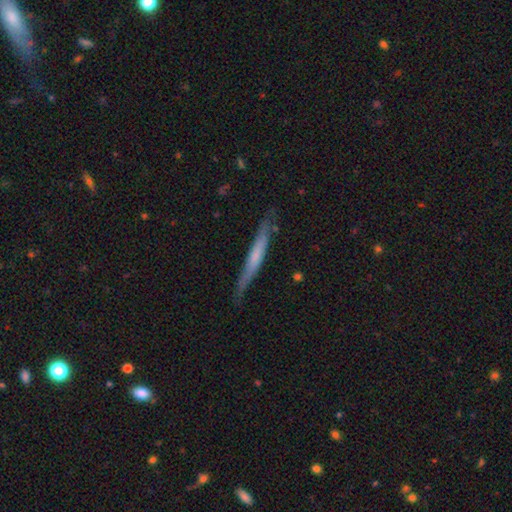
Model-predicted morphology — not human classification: Smooth or featured? Predicted: featured or disk (p=0.48). Merging? Predicted: none (p=0.77).